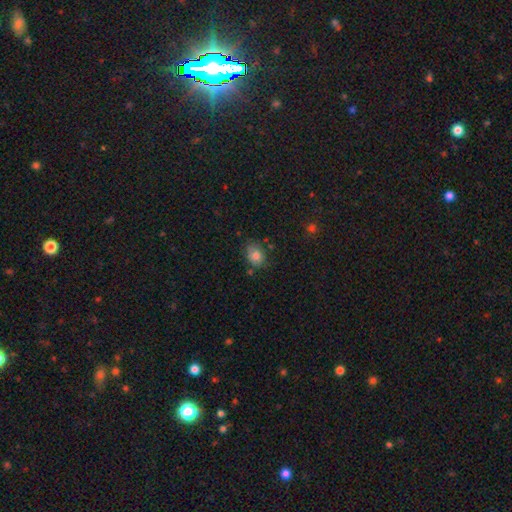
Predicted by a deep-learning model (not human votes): smooth-or-featured: smooth: 77% | featured or disk: 14% | star or artifact: 10%
  how-rounded: in between: 61% | round: 38% | cigar-shaped: 1%
  merging: none: 67% | minor disturbance: 23% | major disturbance: 5% | merger: 5%